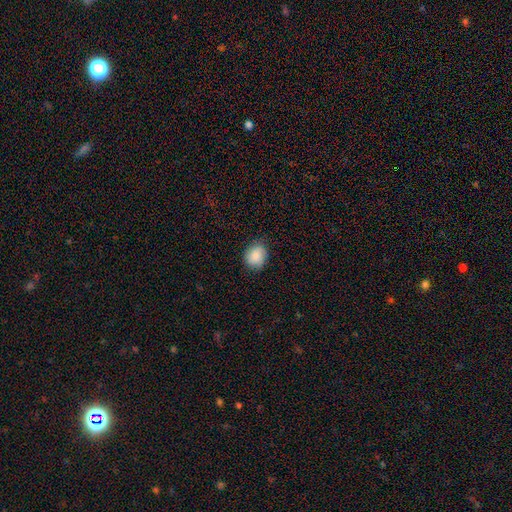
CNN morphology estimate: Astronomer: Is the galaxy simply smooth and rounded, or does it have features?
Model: smooth — 86%.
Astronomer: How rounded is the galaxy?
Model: round — 57% (runner-up: in between, 42%).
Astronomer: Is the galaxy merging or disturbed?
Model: none — 82%.